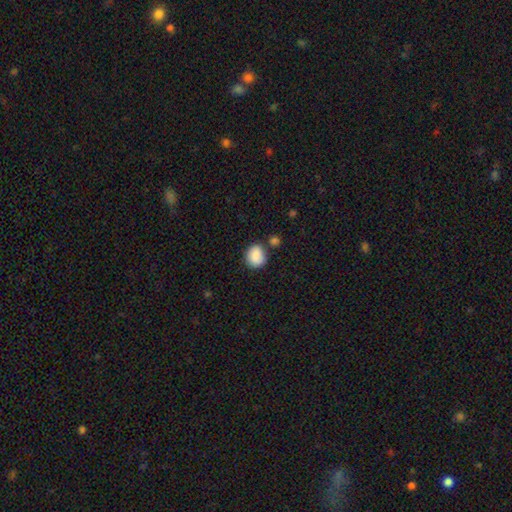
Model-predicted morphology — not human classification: Smooth or featured? smooth (88%)
How rounded? round (71%)
Merging? none (70%)